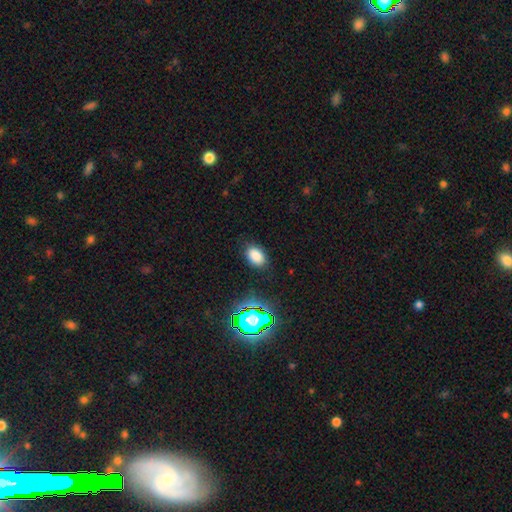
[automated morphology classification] Q: Smooth or featured?
A: smooth (79%); runner-up: star or artifact (15%)
Q: How rounded?
A: in between (84%); runner-up: round (14%)
Q: Merging?
A: none (85%); runner-up: minor disturbance (11%)